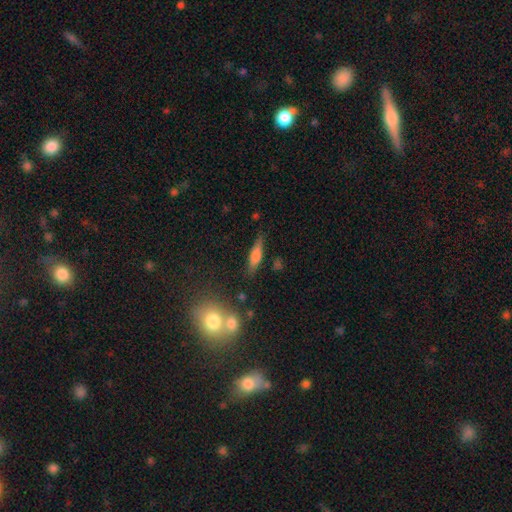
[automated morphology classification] A smooth galaxy with no disk features (60%) that is cigar-shaped (67%). Merging: none (76%).